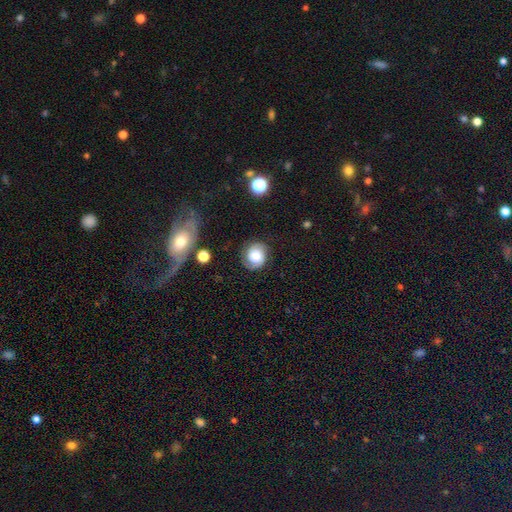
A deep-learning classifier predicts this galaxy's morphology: Smooth or featured?
  - featured or disk: 50% *
  - smooth: 40%
  - star or artifact: 9%
Edge-on disk?
  - no: 97% *
  - yes: 3%
Merging?
  - none: 79% *
  - minor disturbance: 14%
  - major disturbance: 5%
  - merger: 2%